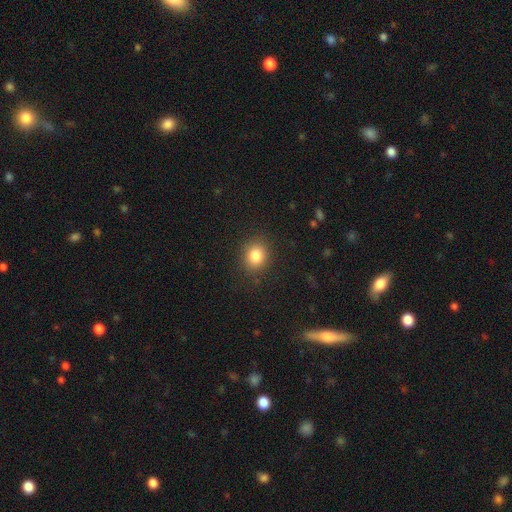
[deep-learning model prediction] Smooth or featured: smooth — 83% (star or artifact — 11%)
How rounded: round — 68% (in between — 31%)
Merging: none — 87% (minor disturbance — 9%)